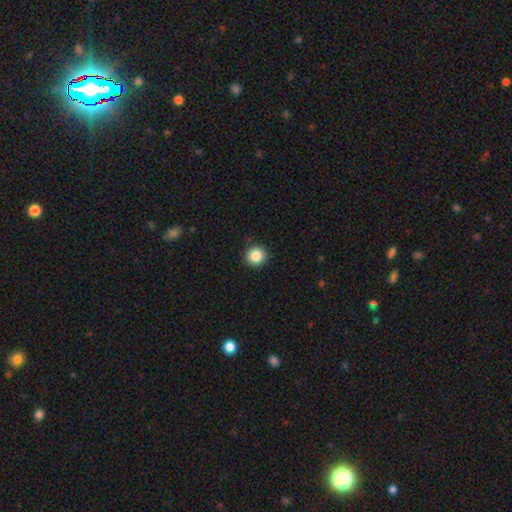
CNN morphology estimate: smooth-or-featured: smooth: 87% | star or artifact: 10% | featured or disk: 4%
  how-rounded: round: 93% | in between: 6% | cigar-shaped: 1%
  merging: none: 91% | minor disturbance: 7% | major disturbance: 2% | merger: 1%